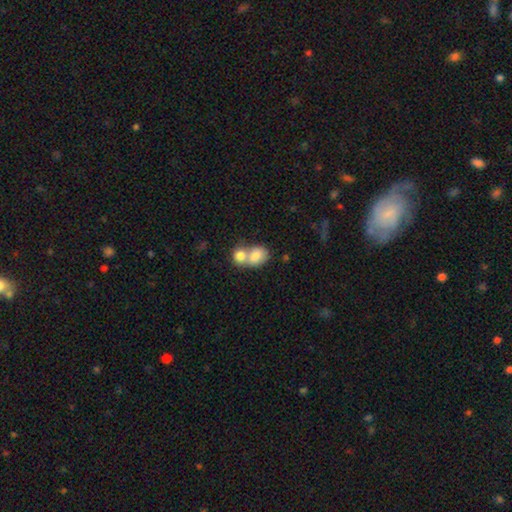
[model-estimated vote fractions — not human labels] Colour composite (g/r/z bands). It shows a smooth galaxy with no disk features (79%) that is in between round and cigar-shaped (55%). Merging: merger (68%).